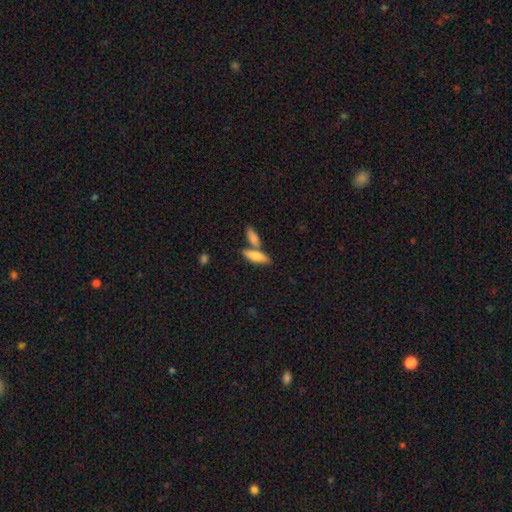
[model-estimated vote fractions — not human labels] Q: Smooth or featured?
A: smooth (72%); runner-up: featured or disk (22%)
Q: How rounded?
A: in between (57%); runner-up: cigar-shaped (40%)
Q: Merging?
A: none (55%); runner-up: merger (31%)